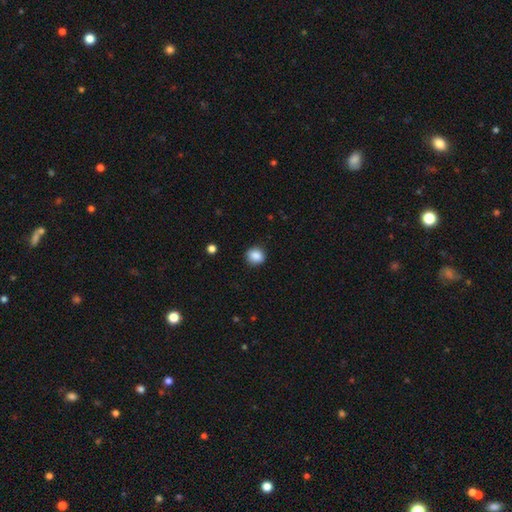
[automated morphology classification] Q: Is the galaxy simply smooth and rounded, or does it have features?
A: smooth — 87%.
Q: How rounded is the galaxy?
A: round — 79%.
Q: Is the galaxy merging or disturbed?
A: none — 88%.